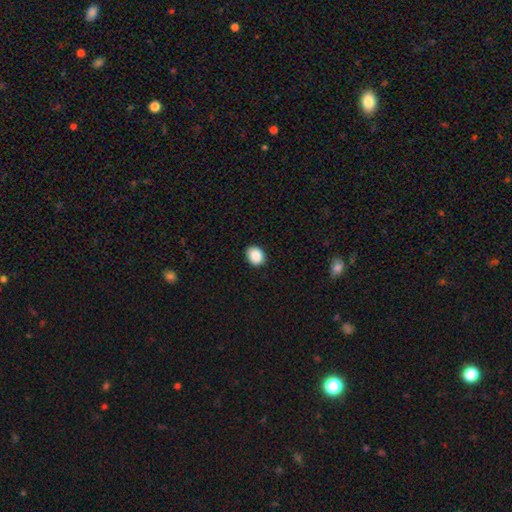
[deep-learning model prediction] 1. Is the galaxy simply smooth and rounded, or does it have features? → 89% smooth, 8% star or artifact, 3% featured or disk.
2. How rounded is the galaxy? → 55% round, 44% in between, 1% cigar-shaped.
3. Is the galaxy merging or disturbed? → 89% none, 8% minor disturbance, 2% major disturbance, 1% merger.